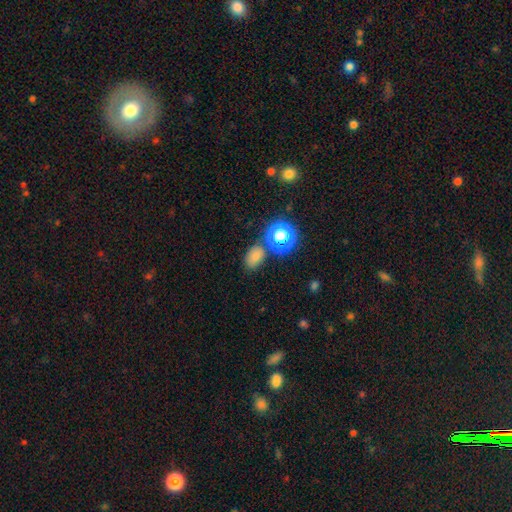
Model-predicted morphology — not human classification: Smooth or featured? Predicted: smooth (p=0.73). How rounded? Predicted: in between (p=0.76). Merging? Predicted: none (p=0.74).